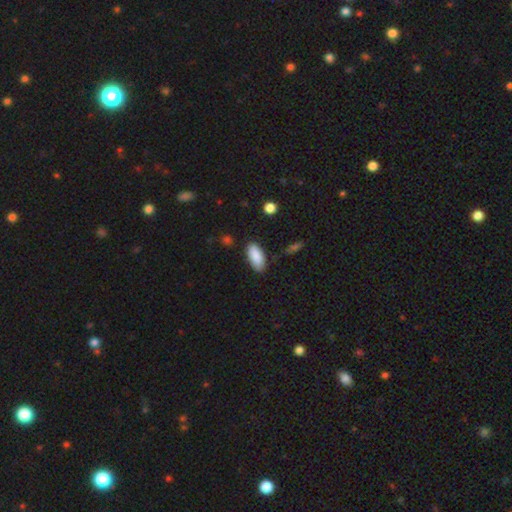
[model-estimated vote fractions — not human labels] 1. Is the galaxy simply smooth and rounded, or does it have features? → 88% smooth, 6% star or artifact, 5% featured or disk.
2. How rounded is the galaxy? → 90% in between, 9% cigar-shaped, 2% round.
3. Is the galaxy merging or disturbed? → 80% none, 15% minor disturbance, 3% major disturbance, 2% merger.